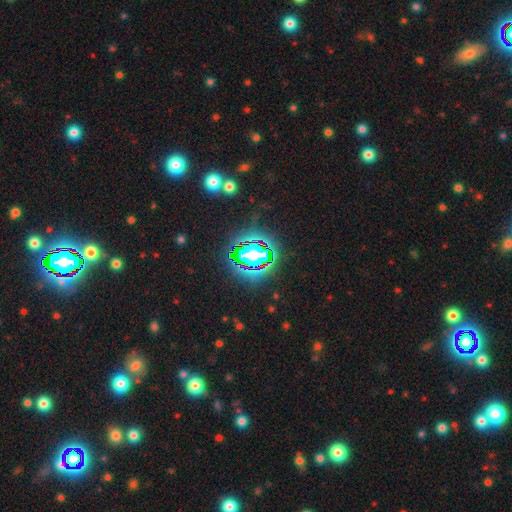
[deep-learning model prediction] smooth_or_featured: star or artifact (p=0.72) [alt: smooth p=0.16]